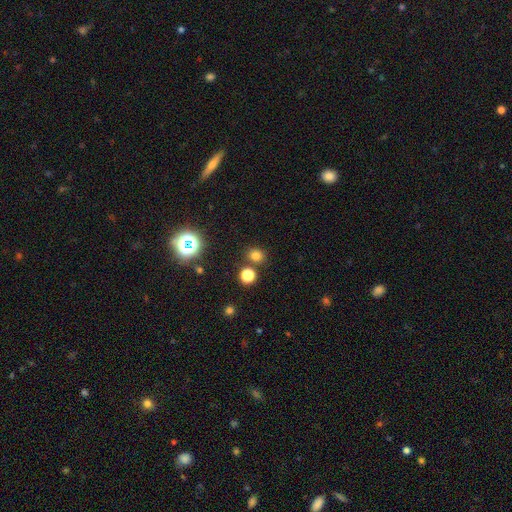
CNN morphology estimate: Smooth or featured?
  - smooth: 74% *
  - star or artifact: 21%
  - featured or disk: 5%
How rounded?
  - round: 78% *
  - in between: 21%
  - cigar-shaped: 1%
Merging?
  - none: 80% *
  - merger: 9%
  - minor disturbance: 8%
  - major disturbance: 3%